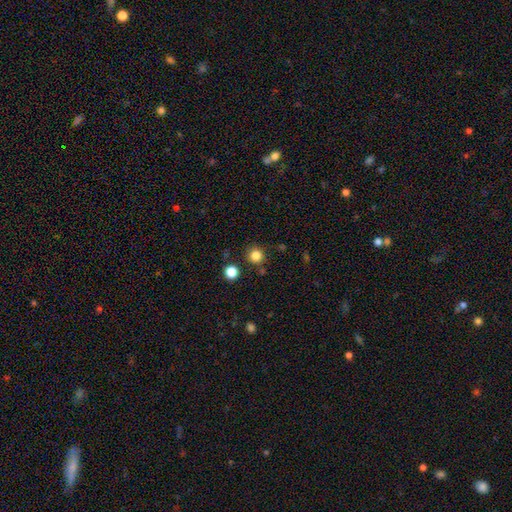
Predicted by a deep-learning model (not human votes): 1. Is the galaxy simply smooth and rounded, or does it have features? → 83% smooth, 13% star or artifact, 4% featured or disk.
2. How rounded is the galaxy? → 95% round, 4% in between, 1% cigar-shaped.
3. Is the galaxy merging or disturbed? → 87% none, 6% minor disturbance, 4% merger, 2% major disturbance.